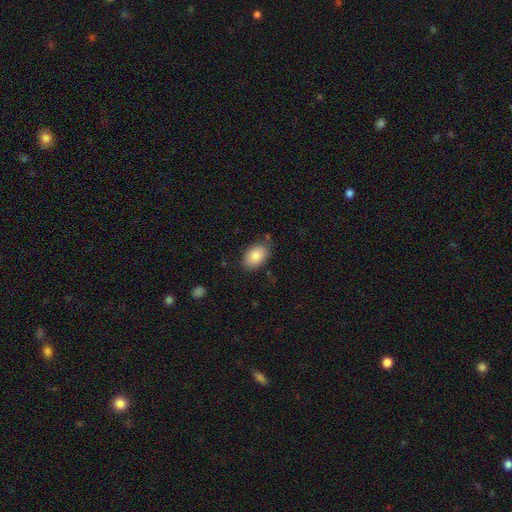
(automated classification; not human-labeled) Smooth or featured: smooth — 85% (featured or disk — 8%)
How rounded: in between — 90% (round — 9%)
Merging: none — 79% (minor disturbance — 15%)